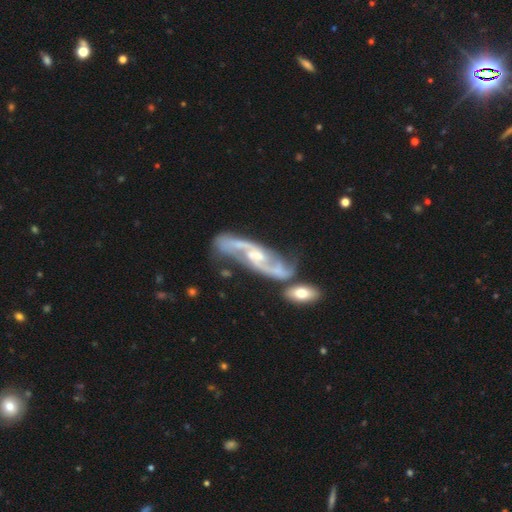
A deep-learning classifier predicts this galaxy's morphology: A featured or disk galaxy (90%) with no bar (42%, tied with weak), 2 (90%) medium (43%) spiral arms (96%) and a moderate central bulge (47%).

Vote fractions:
- Smooth or featured? featured or disk: 90% / smooth: 5% / star or artifact: 5%
- Edge-on disk? no: 87% / yes: 13%
- Bar? no: 42% (tied) / weak: 42% (tied) / strong: 17%
- Spiral arms? yes: 96% / no: 4%
- Spiral winding? medium: 43% / loose: 42% / tight: 14%
- Spiral arm count? 2: 90% / can't tell: 4% / 3: 2% / 1: 2% / 4: 1% / more than 4: 1%
- Bulge size? moderate: 47% / small: 43% / none: 4% / large: 4% / dominant: 1%
- Merging? none: 48% / merger: 28% / minor disturbance: 16% / major disturbance: 8%